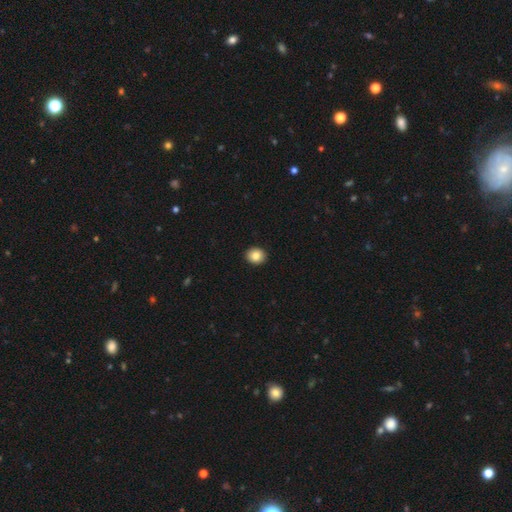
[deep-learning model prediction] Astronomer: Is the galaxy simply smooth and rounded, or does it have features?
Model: smooth — 84%.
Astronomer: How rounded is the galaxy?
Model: round — 70%.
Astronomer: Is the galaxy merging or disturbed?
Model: none — 92%.